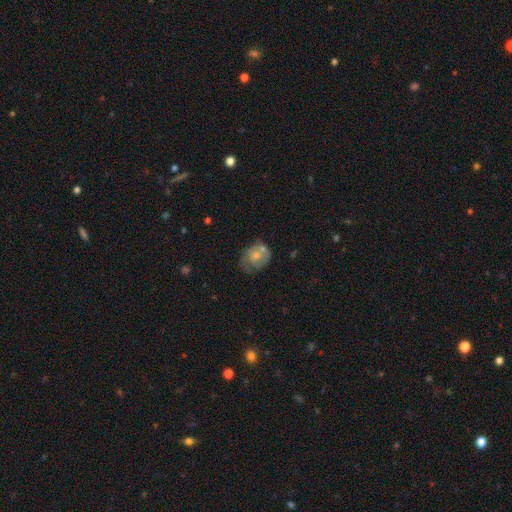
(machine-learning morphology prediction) This appears to be a smooth galaxy with no disk features (54%) that is round (61%). Merging: none (37%).